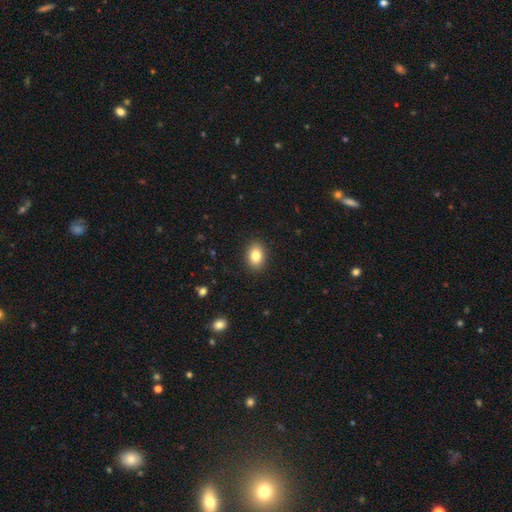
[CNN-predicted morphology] This is clearly a smooth galaxy (84%). How rounded: likely in between (76%). Merging: clearly none (90%).